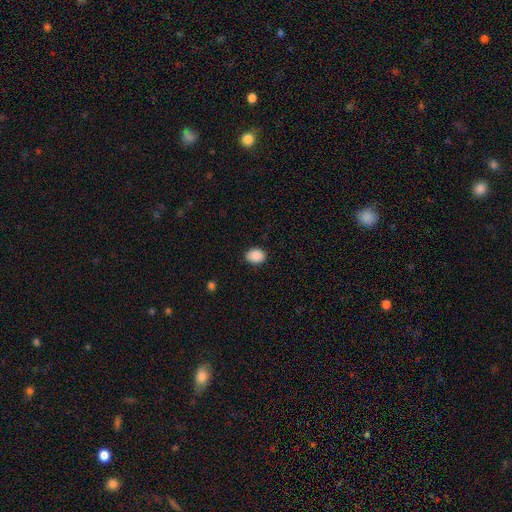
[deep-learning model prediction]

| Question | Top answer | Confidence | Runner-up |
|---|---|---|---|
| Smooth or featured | smooth | 90% | star or artifact (8%) |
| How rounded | in between | 62% | round (37%) |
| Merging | none | 87% | minor disturbance (10%) |